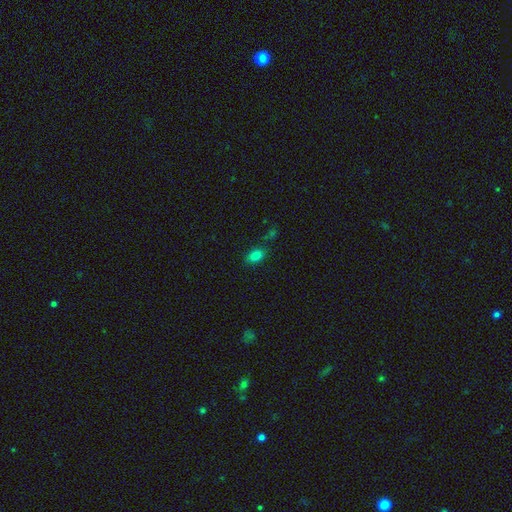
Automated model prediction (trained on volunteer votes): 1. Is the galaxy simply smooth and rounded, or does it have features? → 81% smooth, 13% star or artifact, 6% featured or disk.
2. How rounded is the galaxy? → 87% in between, 11% round, 2% cigar-shaped.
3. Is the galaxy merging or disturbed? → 78% none, 13% minor disturbance, 6% merger, 4% major disturbance.